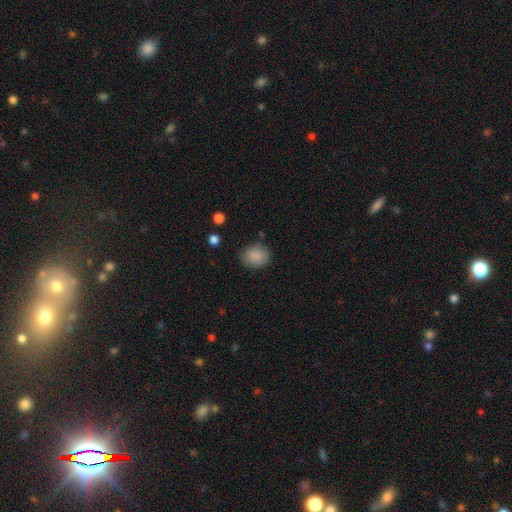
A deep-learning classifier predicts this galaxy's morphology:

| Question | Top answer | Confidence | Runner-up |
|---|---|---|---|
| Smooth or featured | smooth | 88% | star or artifact (8%) |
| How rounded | round | 64% | in between (35%) |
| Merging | none | 81% | minor disturbance (13%) |